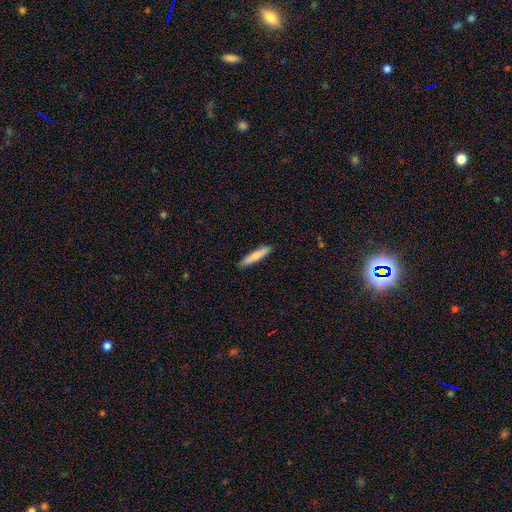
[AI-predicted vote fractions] A smooth galaxy with no disk features (76%) that is cigar-shaped (89%). Merging: none (91%).